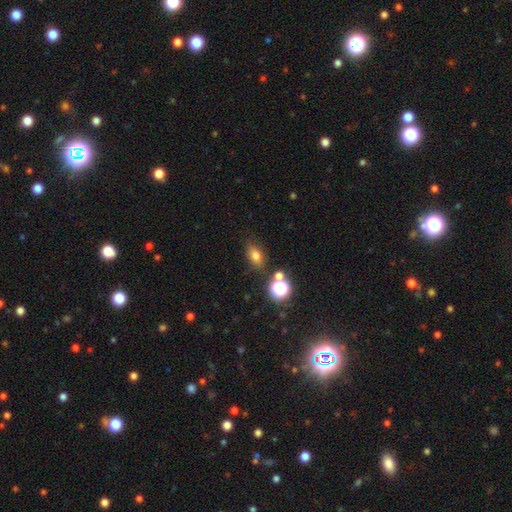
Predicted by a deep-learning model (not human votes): The model was most divided on "how rounded": in between: 73%, round: 24%, cigar-shaped: 3%. More confident: merging — none (75%); smooth or featured — smooth (73%).